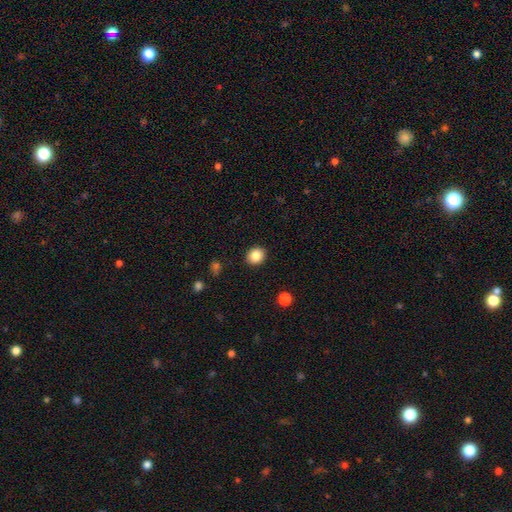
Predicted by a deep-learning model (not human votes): smooth-or-featured: smooth: 85% | star or artifact: 10% | featured or disk: 5%
  how-rounded: round: 79% | in between: 20% | cigar-shaped: 1%
  merging: none: 91% | minor disturbance: 6% | major disturbance: 2% | merger: 1%